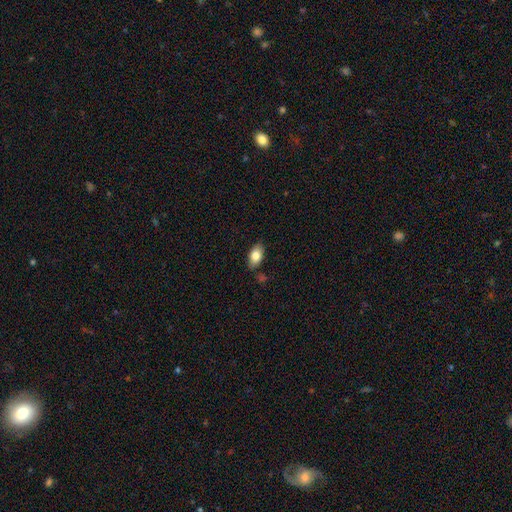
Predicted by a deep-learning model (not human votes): smooth_or_featured: smooth (p=0.82) [alt: featured or disk p=0.11]
how_rounded: in between (p=0.92) [alt: round p=0.05]
merging: none (p=0.83) [alt: minor disturbance p=0.12]